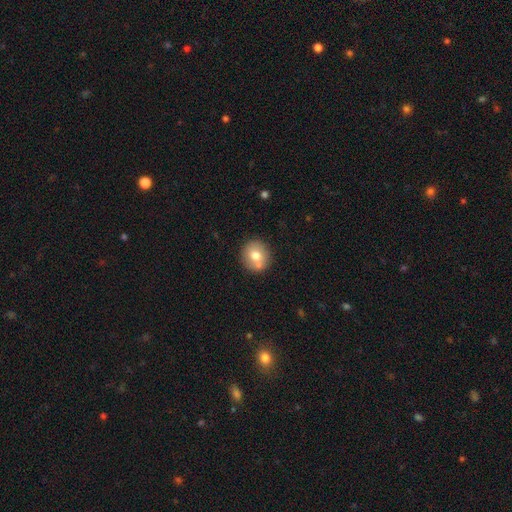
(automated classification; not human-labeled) A smooth galaxy with no disk features (70%) that is round (86%).

Vote fractions:
- Smooth or featured? smooth: 70% / featured or disk: 21% / star or artifact: 9%
- How rounded? round: 86% / in between: 13% / cigar-shaped: 1%
- Merging? none: 70% / merger: 16% / minor disturbance: 10% / major disturbance: 3%